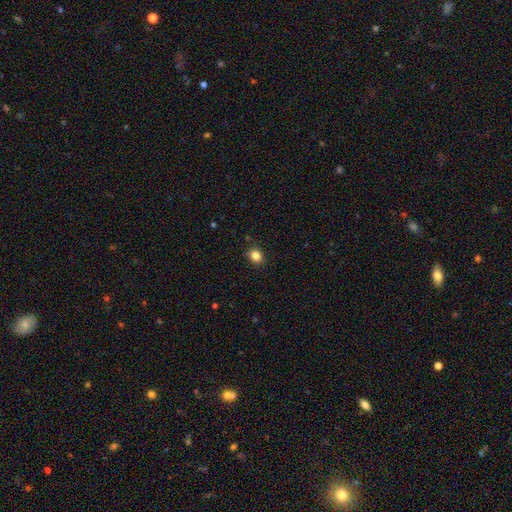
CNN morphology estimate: Smooth or featured: smooth — 84% (star or artifact — 11%)
How rounded: round — 69% (in between — 30%)
Merging: none — 88% (minor disturbance — 9%)